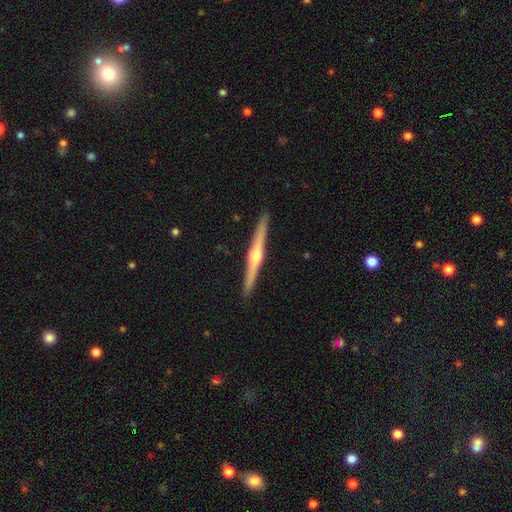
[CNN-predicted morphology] Q: Smooth or featured?
A: featured or disk (80%); runner-up: smooth (15%)
Q: Edge-on disk?
A: yes (98%); runner-up: no (2%)
Q: Edge-on bulge?
A: rounded (89%); runner-up: none (6%)
Q: Merging?
A: none (93%); runner-up: minor disturbance (5%)